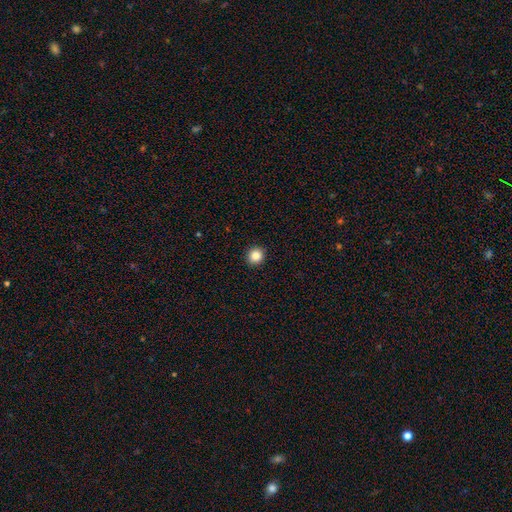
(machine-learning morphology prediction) A smooth galaxy with no disk features (86%) that is round (92%). Merging: none (93%).